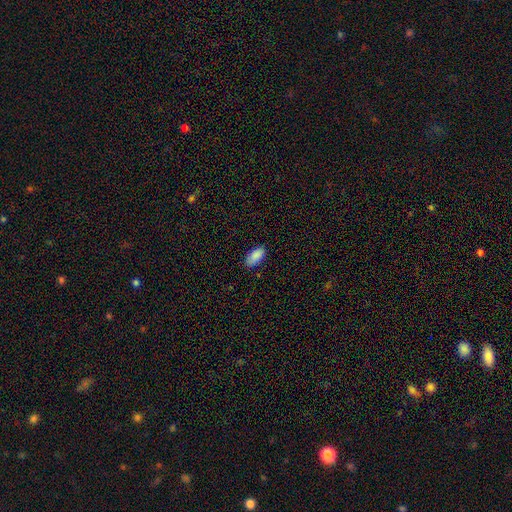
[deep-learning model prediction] This is clearly a smooth galaxy (88%). How rounded: clearly in between (92%). Merging: clearly none (82%).